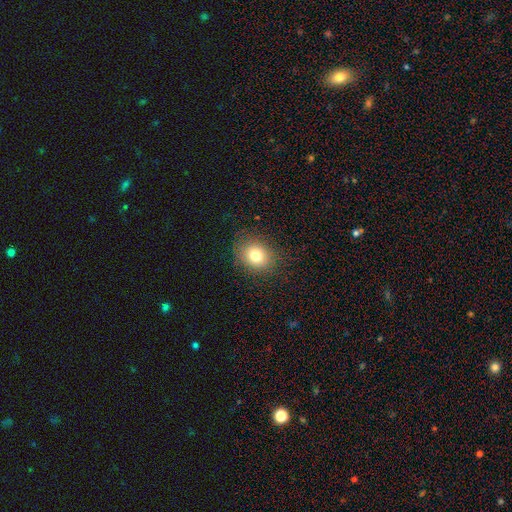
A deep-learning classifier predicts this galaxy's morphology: A smooth galaxy with no disk features (77%) that is round (62%). Merging: none (85%).